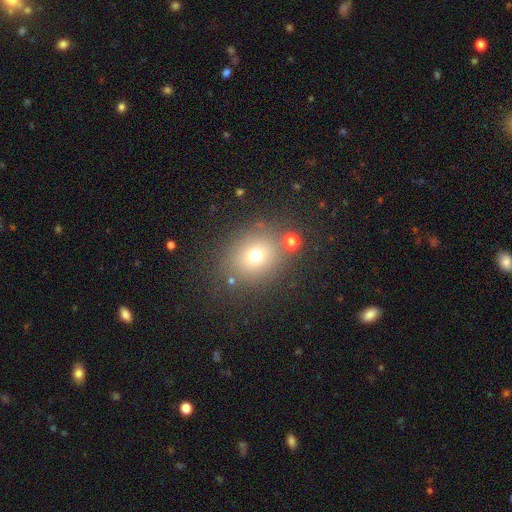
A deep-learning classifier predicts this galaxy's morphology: The model was most divided on "how rounded": round: 66%, in between: 33%, cigar-shaped: 1%. More confident: merging — none (78%); smooth or featured — smooth (70%).